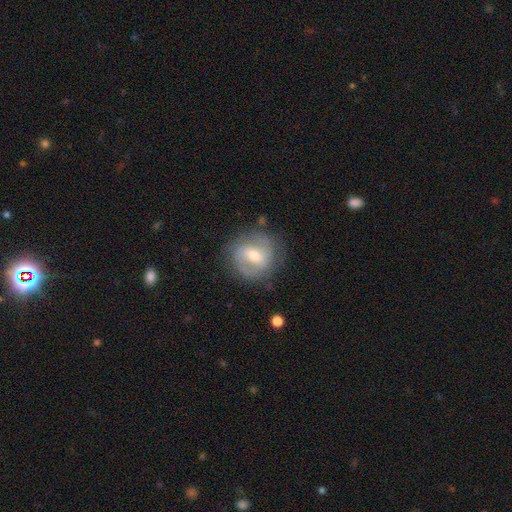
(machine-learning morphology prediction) Q: Smooth or featured?
A: featured or disk (50%); runner-up: smooth (30%)
Q: Edge-on disk?
A: no (93%); runner-up: yes (7%)
Q: Merging?
A: none (80%); runner-up: minor disturbance (12%)